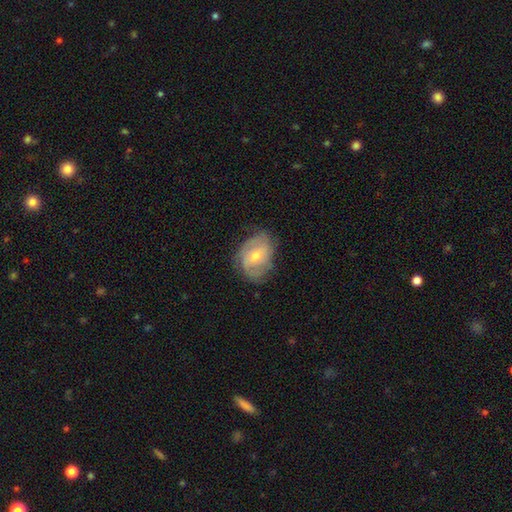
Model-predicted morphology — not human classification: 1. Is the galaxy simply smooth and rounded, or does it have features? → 60% featured or disk, 33% smooth, 7% star or artifact.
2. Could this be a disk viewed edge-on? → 96% no, 4% yes.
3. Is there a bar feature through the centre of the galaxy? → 47% weak, 41% no, 12% strong.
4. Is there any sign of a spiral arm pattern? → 78% yes, 22% no.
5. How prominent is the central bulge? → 53% moderate, 42% small, 2% large, 2% none, 1% dominant.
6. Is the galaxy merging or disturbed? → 64% none, 25% minor disturbance, 9% major disturbance, 1% merger.